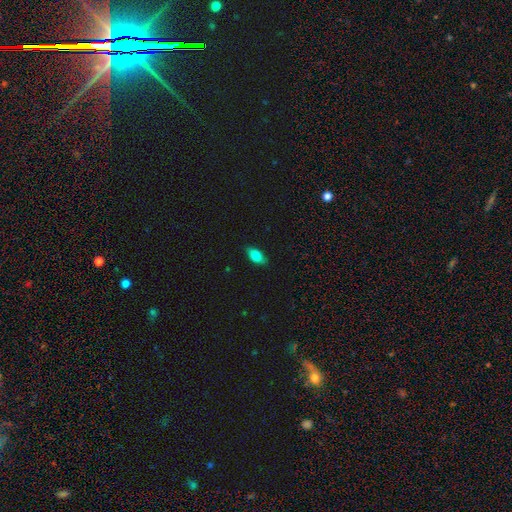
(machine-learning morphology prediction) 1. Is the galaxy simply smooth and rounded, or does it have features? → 79% smooth, 13% featured or disk, 8% star or artifact.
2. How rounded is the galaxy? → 87% in between, 8% cigar-shaped, 5% round.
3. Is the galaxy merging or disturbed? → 85% none, 12% minor disturbance, 2% major disturbance, 1% merger.